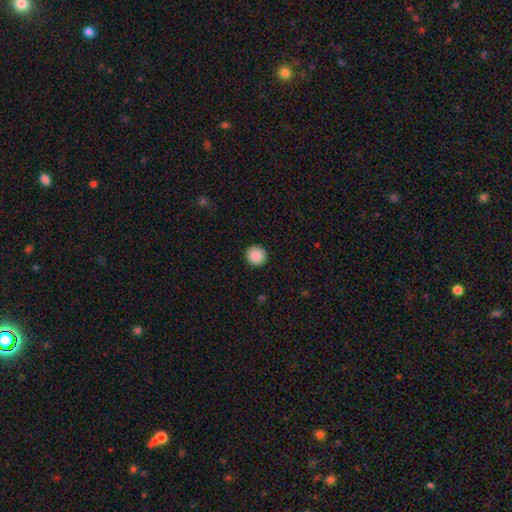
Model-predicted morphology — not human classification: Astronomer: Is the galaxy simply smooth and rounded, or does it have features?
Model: smooth — 89%.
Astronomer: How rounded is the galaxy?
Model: round — 92%.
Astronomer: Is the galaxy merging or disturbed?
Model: none — 92%.